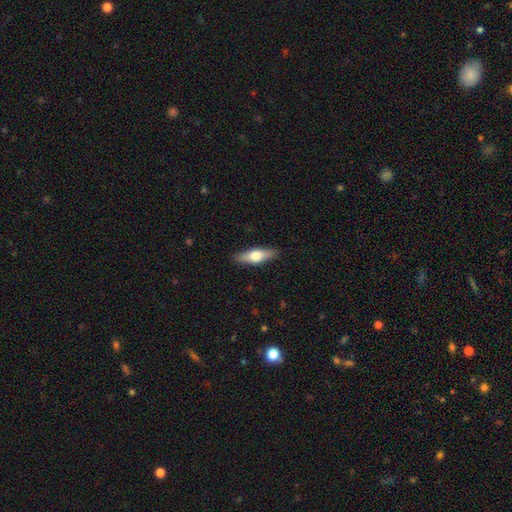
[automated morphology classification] Overall: smooth (55%; featured or disk 40%). How rounded: cigar-shaped (53%; in between 44%). Merging: none (89%).